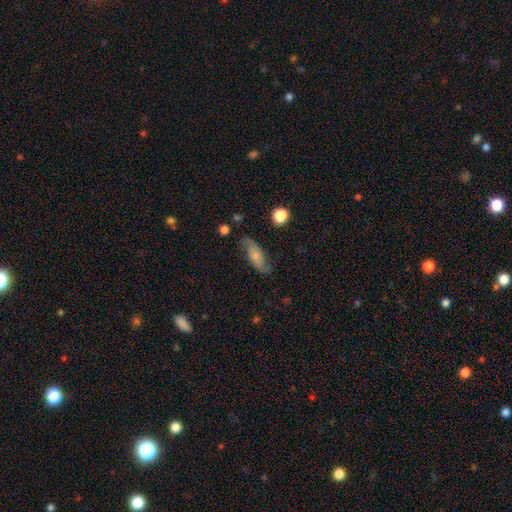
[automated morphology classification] This is possibly a featured or disk galaxy (51%). It is clearly not viewed edge-on (87%). Merging: likely none (70%).